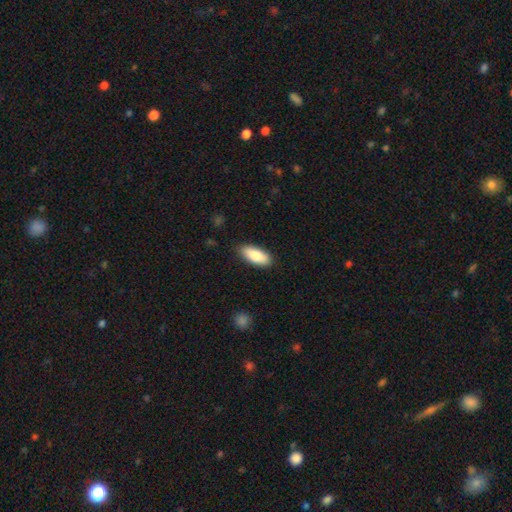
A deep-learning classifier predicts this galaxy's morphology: A smooth galaxy with no disk features (84%) that is in between round and cigar-shaped (82%). Merging: none (87%).